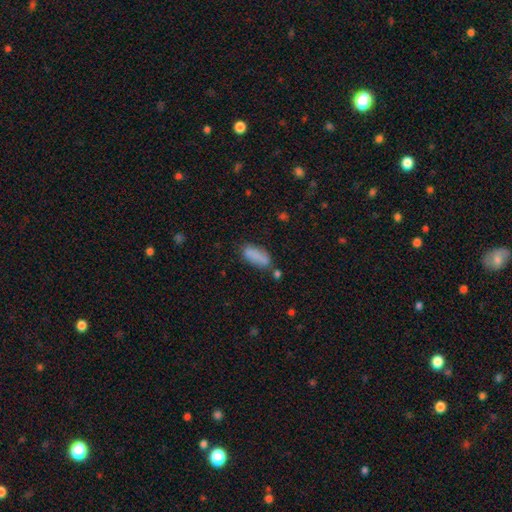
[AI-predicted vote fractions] This appears to be a smooth galaxy with no disk features (83%) that is in between round and cigar-shaped (79%). Merging: none (62%).